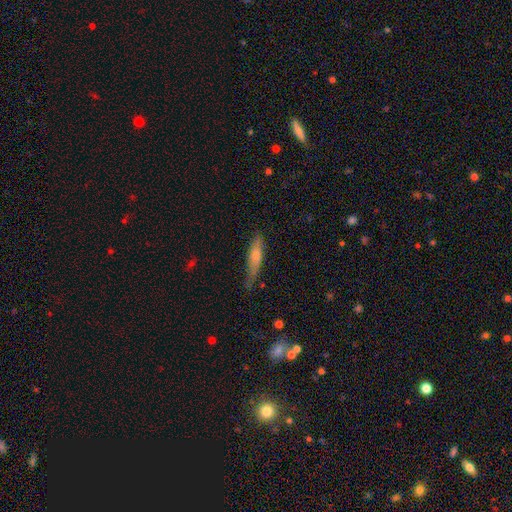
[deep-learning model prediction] Smooth or featured? smooth (66%)
How rounded? cigar-shaped (79%)
Merging? none (66%)